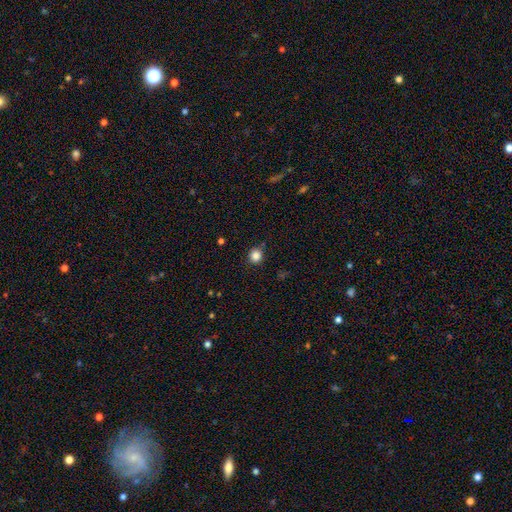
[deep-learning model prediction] Smooth or featured: smooth — 85% (star or artifact — 11%)
How rounded: round — 88% (in between — 11%)
Merging: none — 87% (minor disturbance — 9%)